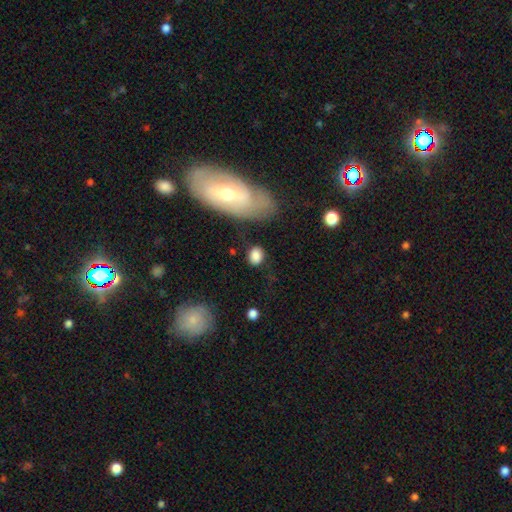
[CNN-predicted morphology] A smooth galaxy with no disk features (81%) that is in between round and cigar-shaped (62%). Merging: none (68%).